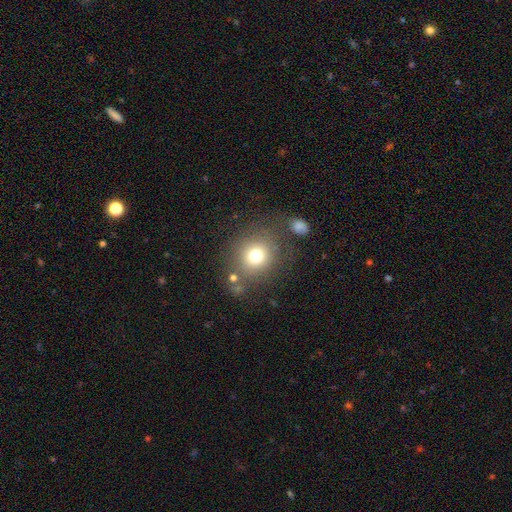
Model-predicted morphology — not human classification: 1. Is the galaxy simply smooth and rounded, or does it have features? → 74% smooth, 13% star or artifact, 12% featured or disk.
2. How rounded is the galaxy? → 85% round, 14% in between, 1% cigar-shaped.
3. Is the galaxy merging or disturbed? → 72% none, 13% minor disturbance, 8% merger, 7% major disturbance.